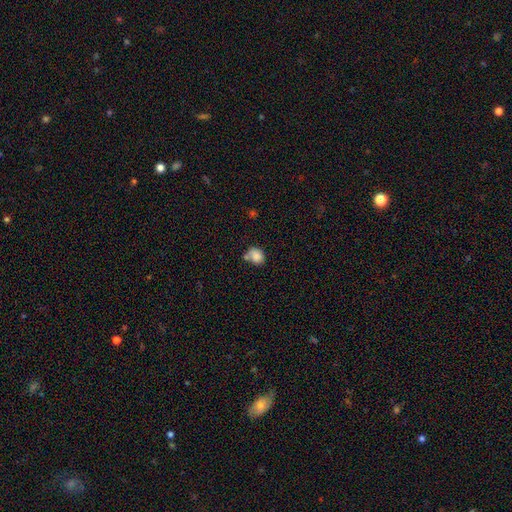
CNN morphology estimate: smooth_or_featured: smooth (p=0.83) [alt: star or artifact p=0.09]
how_rounded: in between (p=0.53) [alt: round p=0.46]
merging: none (p=0.45) [alt: merger p=0.27]